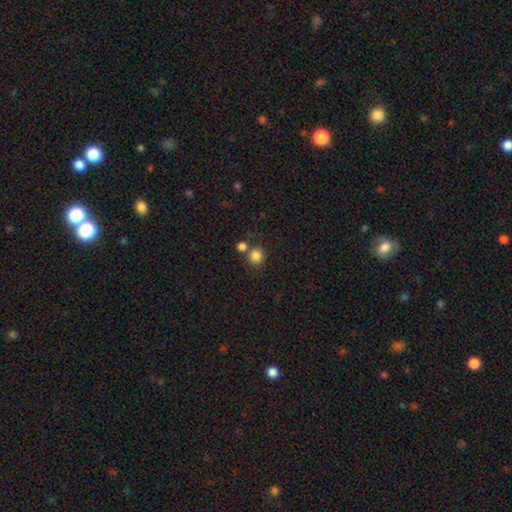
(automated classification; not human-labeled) A smooth galaxy with no disk features (83%) that is round (91%).

Vote fractions:
- Smooth or featured? smooth: 83% / star or artifact: 12% / featured or disk: 5%
- How rounded? round: 91% / in between: 8% / cigar-shaped: 1%
- Merging? none: 69% / merger: 21% / minor disturbance: 8% / major disturbance: 3%